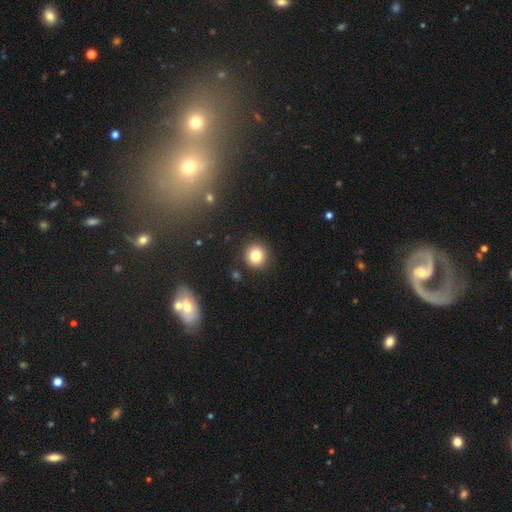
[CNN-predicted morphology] Q: Smooth or featured?
A: smooth (82%); runner-up: star or artifact (11%)
Q: How rounded?
A: round (92%); runner-up: in between (7%)
Q: Merging?
A: none (89%); runner-up: minor disturbance (6%)